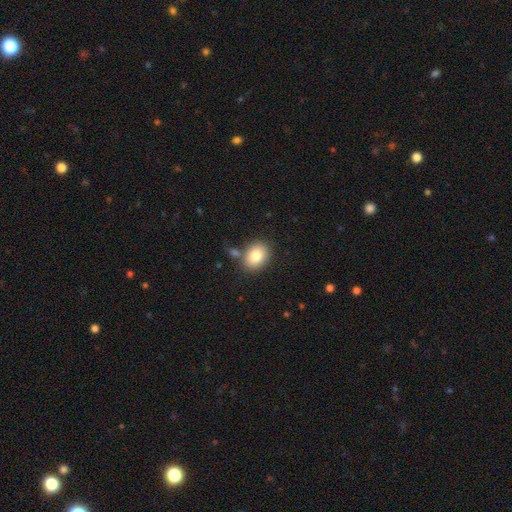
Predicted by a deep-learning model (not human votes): This appears to be a smooth galaxy with no disk features (81%) that is in between round and cigar-shaped (63%). Merging: none (74%).